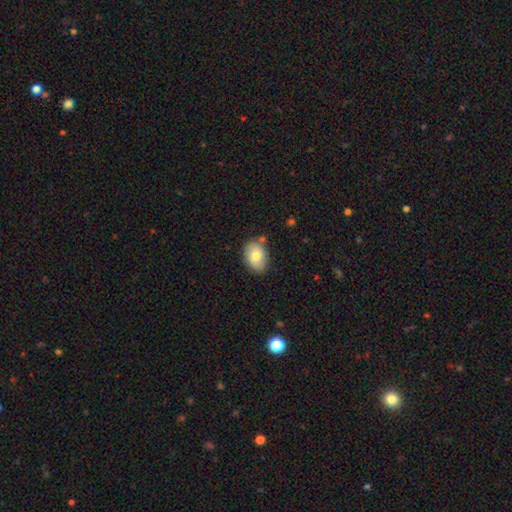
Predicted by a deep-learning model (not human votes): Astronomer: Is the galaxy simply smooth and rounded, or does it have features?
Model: smooth — 78%.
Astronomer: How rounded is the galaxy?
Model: in between — 82%.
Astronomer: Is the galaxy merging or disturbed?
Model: none — 79%.